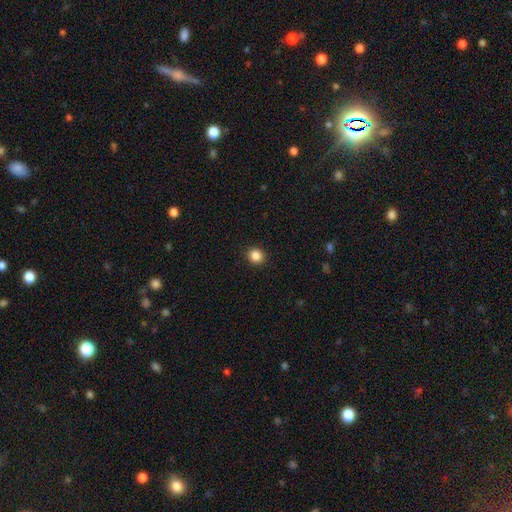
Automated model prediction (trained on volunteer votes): Smooth or featured? smooth (86%)
How rounded? round (86%)
Merging? none (92%)